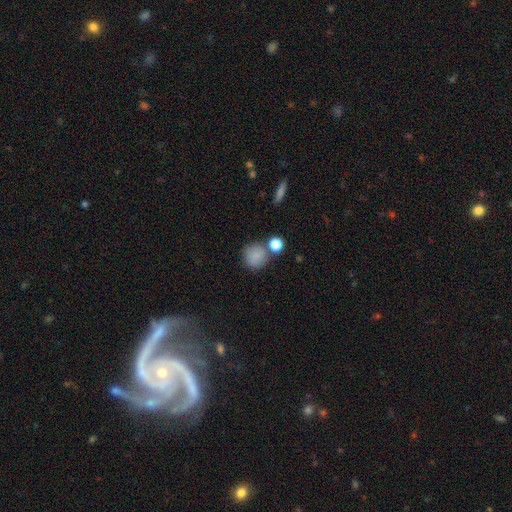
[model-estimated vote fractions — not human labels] Q: Smooth or featured?
A: smooth (83%); runner-up: star or artifact (11%)
Q: How rounded?
A: round (88%); runner-up: in between (11%)
Q: Merging?
A: none (66%); runner-up: merger (16%)